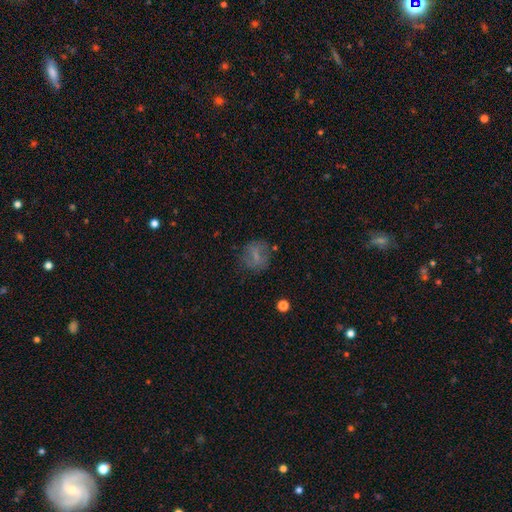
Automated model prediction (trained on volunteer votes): Smooth or featured? smooth (60%)
How rounded? round (70%)
Merging? none (68%)